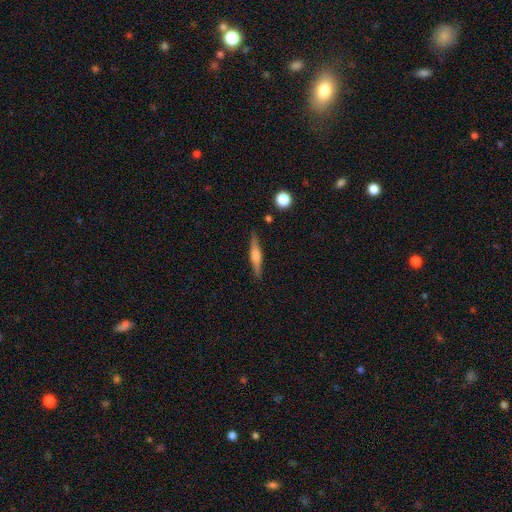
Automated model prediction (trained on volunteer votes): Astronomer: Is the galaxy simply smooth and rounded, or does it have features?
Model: featured or disk — 63%.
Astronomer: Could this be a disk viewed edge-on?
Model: yes — 97%.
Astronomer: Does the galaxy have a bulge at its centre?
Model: rounded — 73%.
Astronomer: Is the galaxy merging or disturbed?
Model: none — 88%.